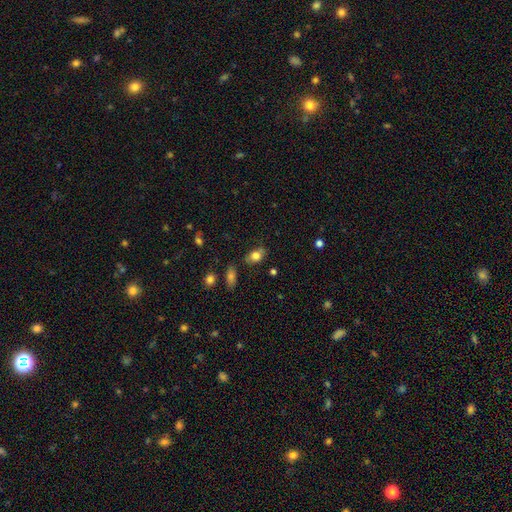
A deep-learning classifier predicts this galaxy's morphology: A smooth galaxy with no disk features (80%) that is in between round and cigar-shaped (81%). Merging: none (72%).